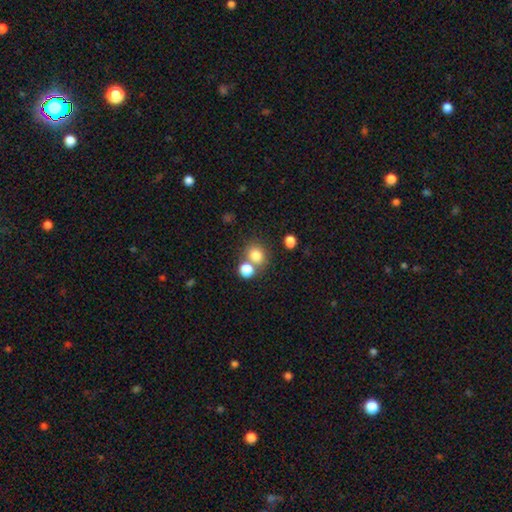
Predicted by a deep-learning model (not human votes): A smooth galaxy with no disk features (79%) that is round (76%).

Vote fractions:
- Smooth or featured? smooth: 79% / star or artifact: 13% / featured or disk: 8%
- How rounded? round: 76% / in between: 23% / cigar-shaped: 1%
- Merging? none: 58% / merger: 30% / minor disturbance: 8% / major disturbance: 4%